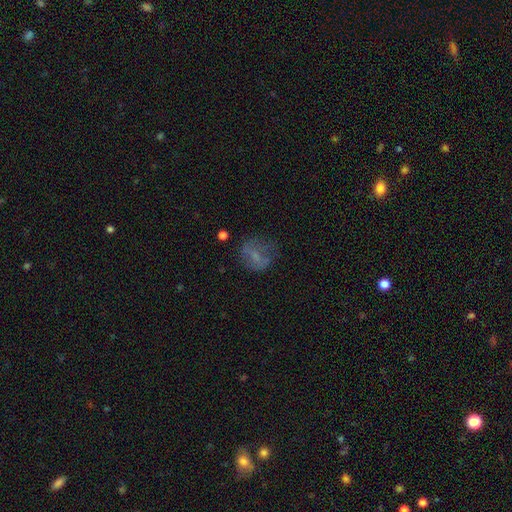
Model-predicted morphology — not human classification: Smooth or featured: smooth — 50% (featured or disk — 34%)
Merging: none — 50% (major disturbance — 24%)